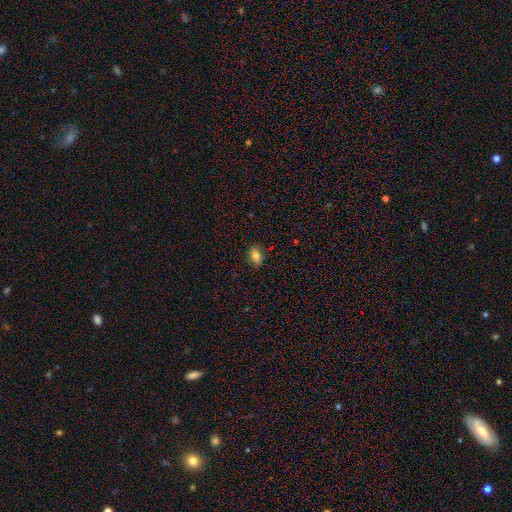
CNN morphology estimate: This is likely a smooth galaxy (78%). How rounded: likely in between (78%). Merging: clearly none (83%).